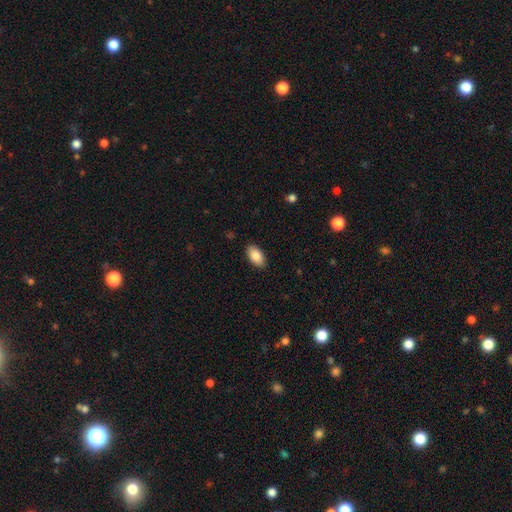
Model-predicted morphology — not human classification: Smooth or featured? Predicted: smooth (p=0.86). How rounded? Predicted: in between (p=0.94). Merging? Predicted: none (p=0.89).